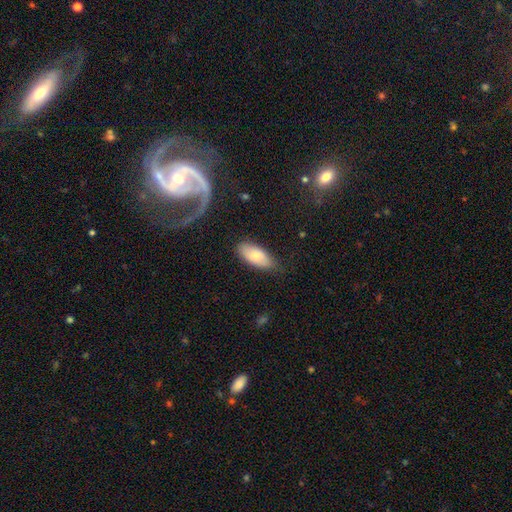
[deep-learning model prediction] smooth 72%, featured or disk 21%, star or artifact 7%. Down the decision tree: how rounded — in between (88%); merging — none (74%).